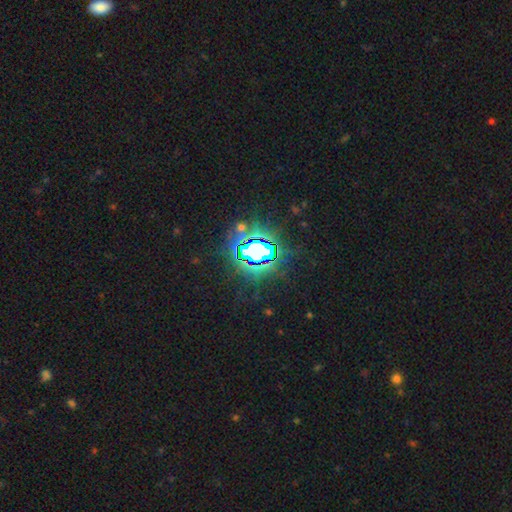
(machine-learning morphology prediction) smooth_or_featured: star or artifact (p=0.82) [alt: smooth p=0.11]